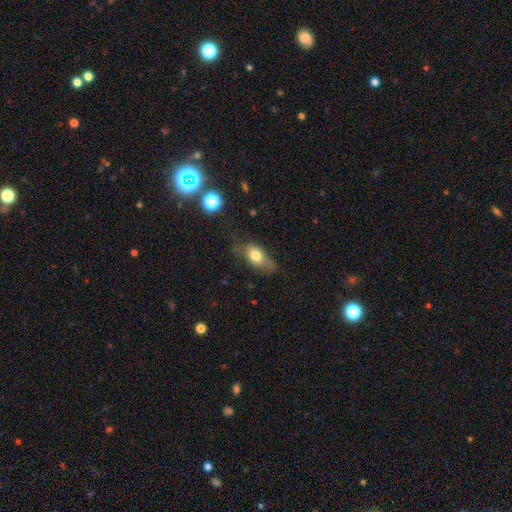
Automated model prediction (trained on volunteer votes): Q: Smooth or featured?
A: smooth (73%); runner-up: featured or disk (19%)
Q: How rounded?
A: in between (82%); runner-up: round (9%)
Q: Merging?
A: none (45%); runner-up: minor disturbance (34%)